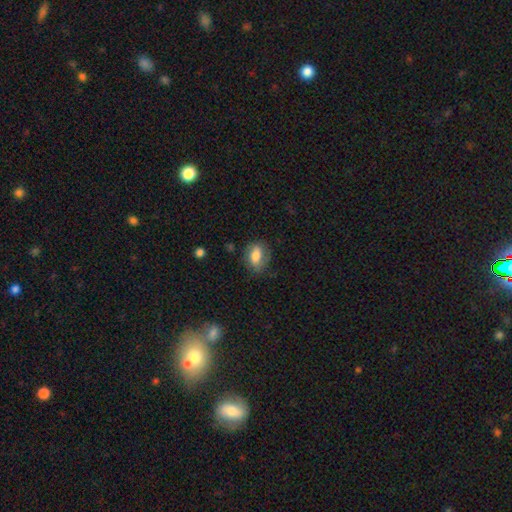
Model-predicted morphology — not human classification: smooth_or_featured: smooth (p=0.76) [alt: featured or disk p=0.16]
how_rounded: in between (p=0.80) [alt: round p=0.18]
merging: none (p=0.70) [alt: minor disturbance p=0.22]